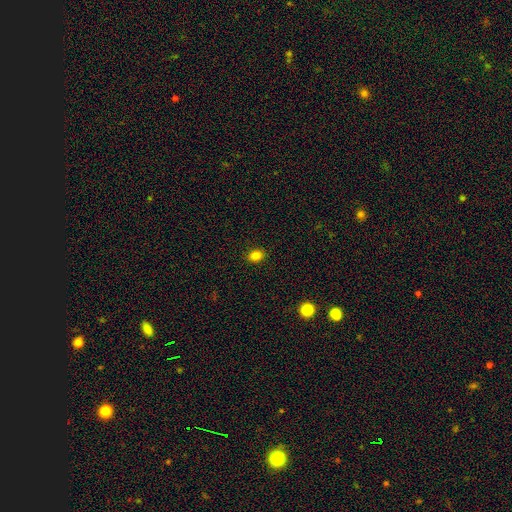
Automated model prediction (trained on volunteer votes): Smooth or featured?
  - smooth: 83% *
  - star or artifact: 12%
  - featured or disk: 5%
How rounded?
  - in between: 60% *
  - round: 39%
  - cigar-shaped: 1%
Merging?
  - none: 89% *
  - minor disturbance: 8%
  - major disturbance: 2%
  - merger: 1%